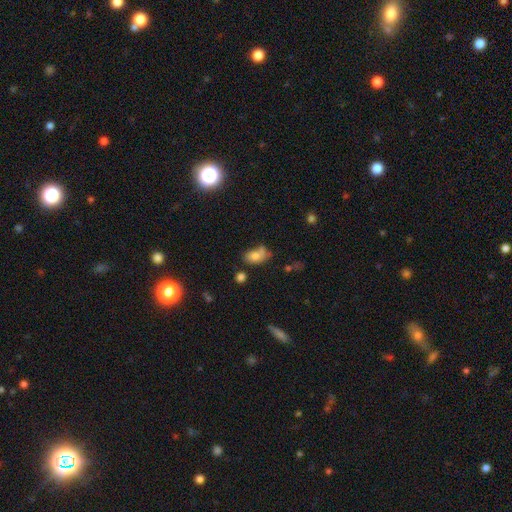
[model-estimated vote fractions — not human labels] Smooth or featured?
  - smooth: 71% *
  - featured or disk: 17%
  - star or artifact: 12%
How rounded?
  - in between: 86% *
  - round: 12%
  - cigar-shaped: 2%
Merging?
  - none: 41% *
  - minor disturbance: 29%
  - merger: 16%
  - major disturbance: 13%